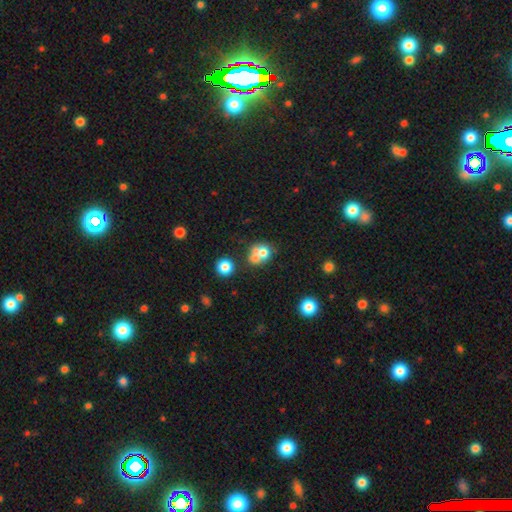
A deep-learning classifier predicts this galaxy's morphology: This appears to be a smooth galaxy with no disk features (63%) that is round (69%). Merging: merger (55%).